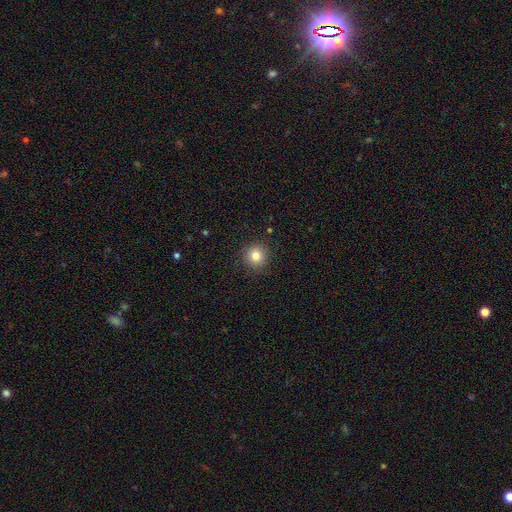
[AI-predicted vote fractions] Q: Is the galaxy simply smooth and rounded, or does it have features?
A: smooth — 81%.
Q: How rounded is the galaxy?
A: round — 94%.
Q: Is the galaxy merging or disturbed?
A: none — 91%.